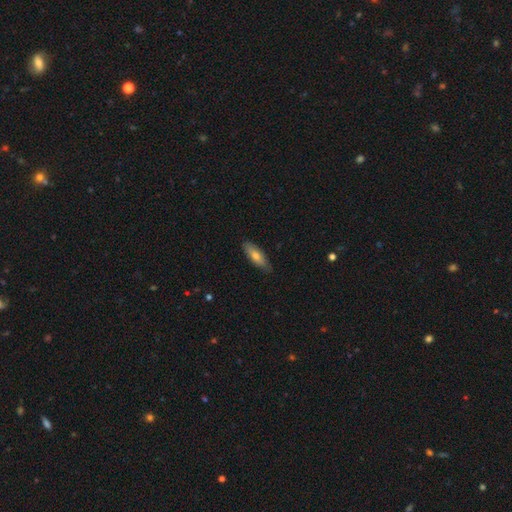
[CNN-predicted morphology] Smooth or featured? smooth (68%)
How rounded? in between (56%)
Merging? none (84%)